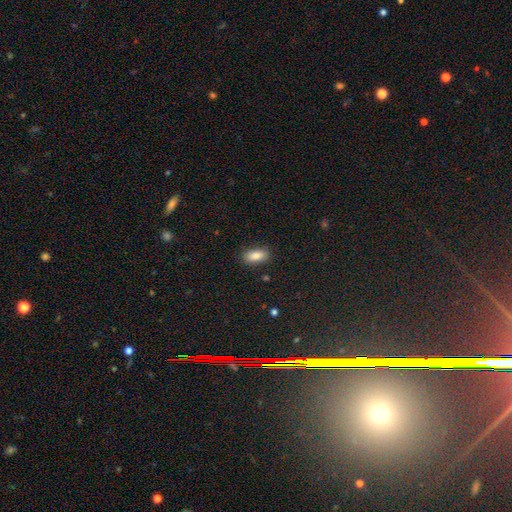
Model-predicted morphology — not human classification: Q: Smooth or featured?
A: smooth (85%); runner-up: star or artifact (8%)
Q: How rounded?
A: in between (85%); runner-up: cigar-shaped (11%)
Q: Merging?
A: none (86%); runner-up: minor disturbance (10%)